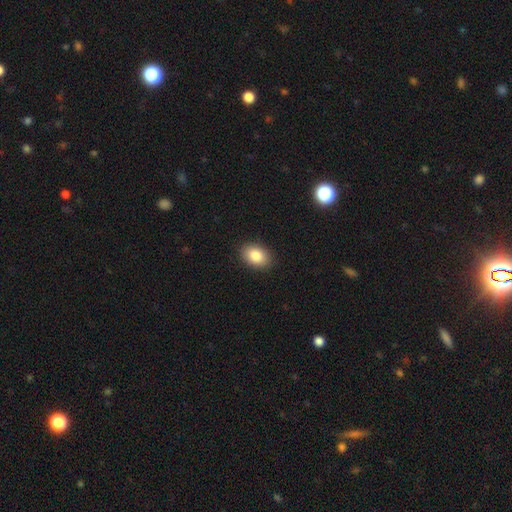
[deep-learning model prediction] Smooth or featured?
  - smooth: 85% *
  - star or artifact: 8%
  - featured or disk: 7%
How rounded?
  - in between: 82% *
  - round: 17%
  - cigar-shaped: 1%
Merging?
  - none: 89% *
  - minor disturbance: 8%
  - major disturbance: 2%
  - merger: 1%